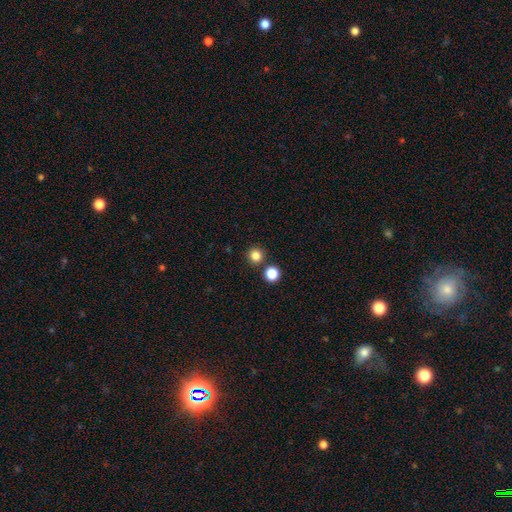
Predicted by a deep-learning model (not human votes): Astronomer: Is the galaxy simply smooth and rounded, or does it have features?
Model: smooth — 83%.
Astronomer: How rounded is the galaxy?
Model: round — 95%.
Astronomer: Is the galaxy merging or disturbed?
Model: none — 84%.